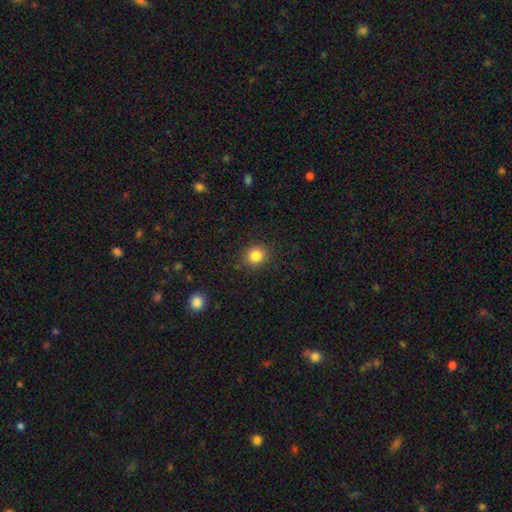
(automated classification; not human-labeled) smooth 85%, star or artifact 10%, featured or disk 4%. Down the decision tree: how rounded — round (81%); merging — none (88%).